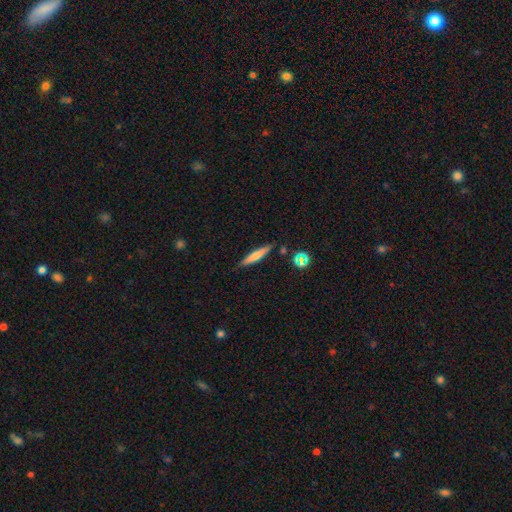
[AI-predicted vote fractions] smooth-or-featured: smooth: 61% | featured or disk: 31% | star or artifact: 8%
  how-rounded: cigar-shaped: 91% | in between: 8% | round: 2%
  merging: none: 84% | minor disturbance: 10% | merger: 3% | major disturbance: 2%